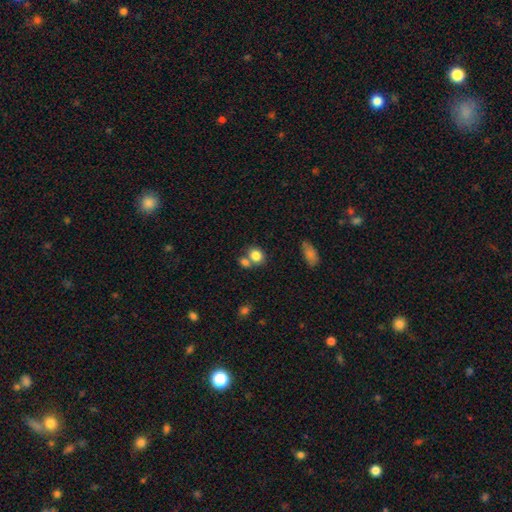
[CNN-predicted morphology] Smooth or featured: smooth — 82% (star or artifact — 10%)
How rounded: round — 63% (in between — 35%)
Merging: none — 50% (merger — 36%)